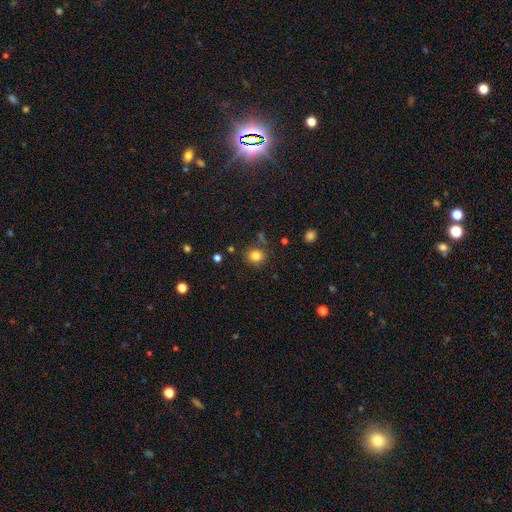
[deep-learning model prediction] smooth 82%, star or artifact 12%, featured or disk 6%. Down the decision tree: how rounded — round (80%); merging — none (81%).